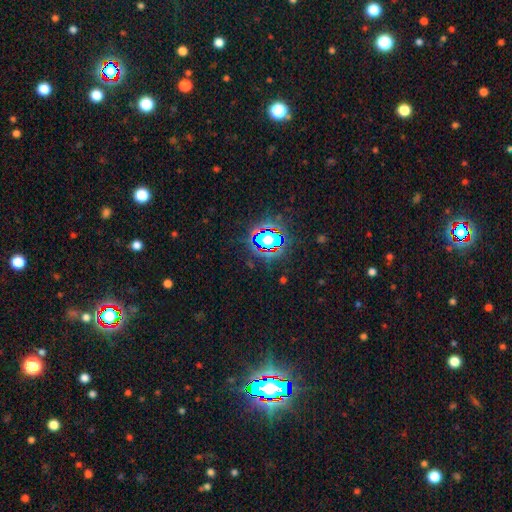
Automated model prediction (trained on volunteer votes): Smooth or featured? Predicted: star or artifact (p=0.81).